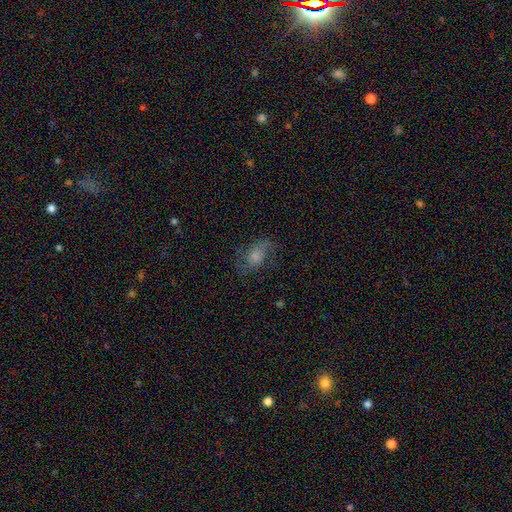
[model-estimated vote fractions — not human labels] This is possibly a featured or disk galaxy (45%). Merging: likely none (61%).